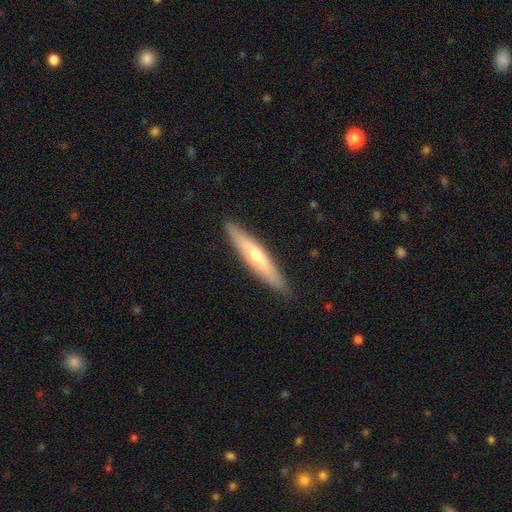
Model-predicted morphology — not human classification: Smooth or featured? Predicted: featured or disk (p=0.47, tied with smooth). Merging? Predicted: none (p=0.89).